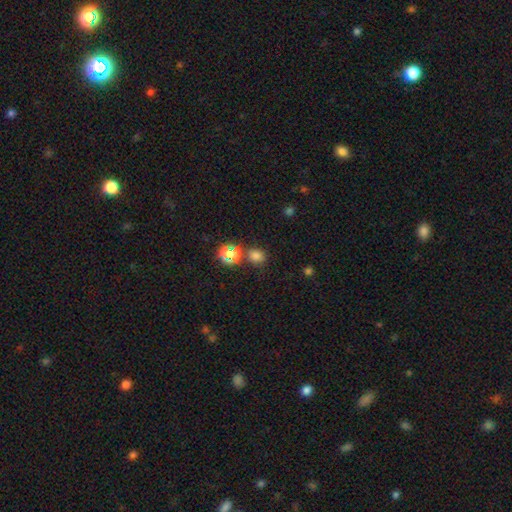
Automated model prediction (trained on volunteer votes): Smooth or featured? smooth (69%)
How rounded? round (63%)
Merging? none (75%)